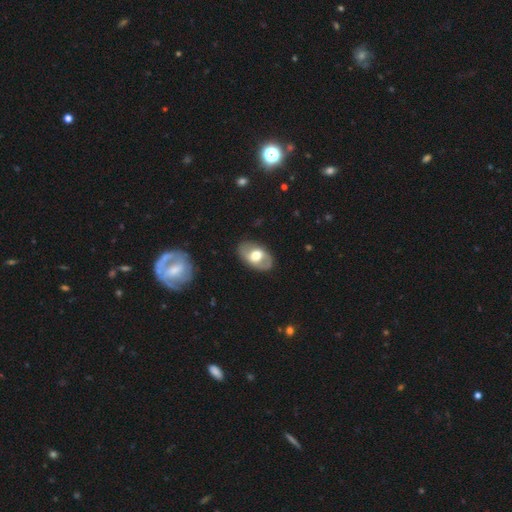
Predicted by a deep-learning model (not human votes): The model was most divided on "smooth or featured": featured or disk: 52%, smooth: 42%, star or artifact: 6%. More confident: edge-on disk — no (91%); merging — none (81%).